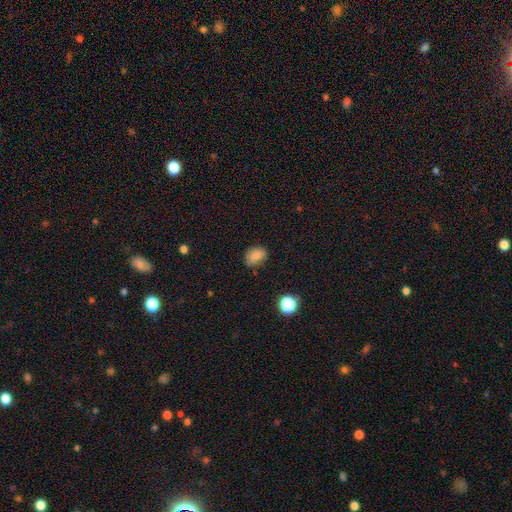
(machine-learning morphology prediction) Smooth or featured: smooth — 82% (star or artifact — 11%)
How rounded: in between — 60% (round — 39%)
Merging: none — 75% (minor disturbance — 20%)